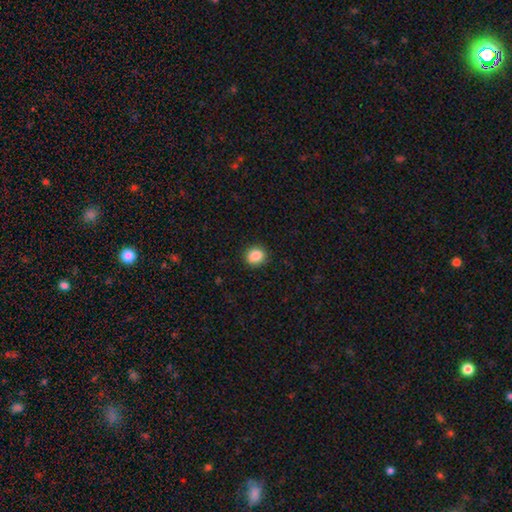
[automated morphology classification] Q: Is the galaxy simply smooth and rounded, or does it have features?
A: smooth — 87%.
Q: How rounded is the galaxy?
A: round — 80%.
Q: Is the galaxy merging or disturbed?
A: none — 89%.